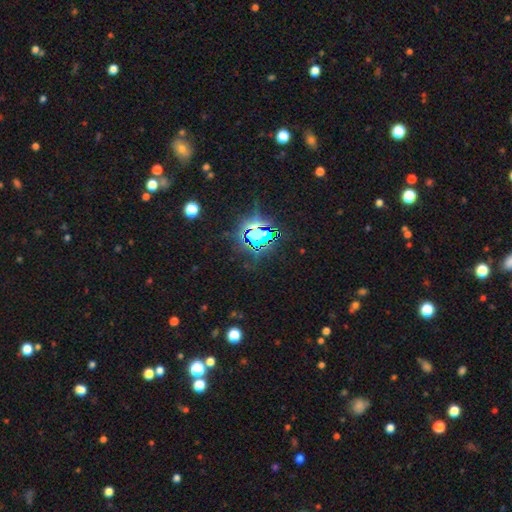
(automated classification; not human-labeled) Q: Smooth or featured?
A: star or artifact (78%); runner-up: smooth (13%)